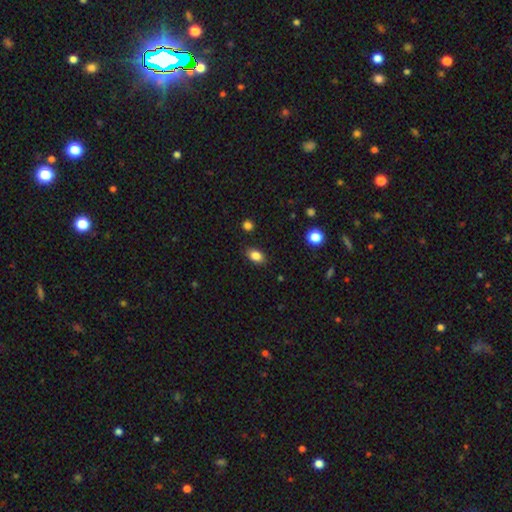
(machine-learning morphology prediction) smooth 85%, star or artifact 10%, featured or disk 6%. Down the decision tree: how rounded — in between (84%); merging — none (87%).